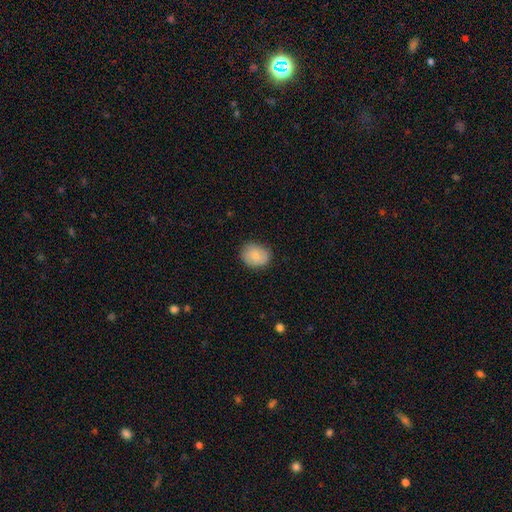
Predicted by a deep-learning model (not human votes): Smooth or featured? smooth (79%)
How rounded? round (58%)
Merging? none (81%)